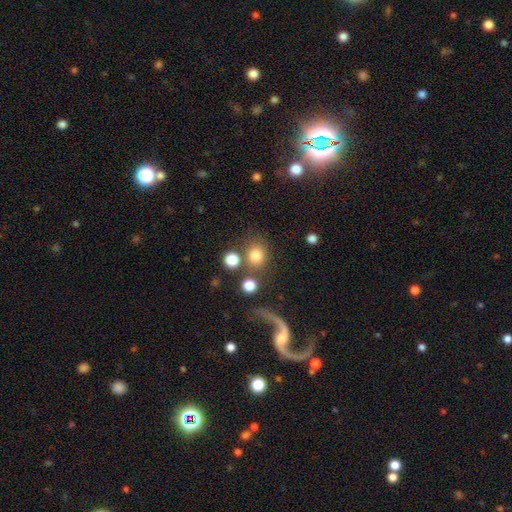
smooth 89%, featured or disk 5%, star or artifact 5%. Down the decision tree: how rounded — round (94%); merging — none (80%).